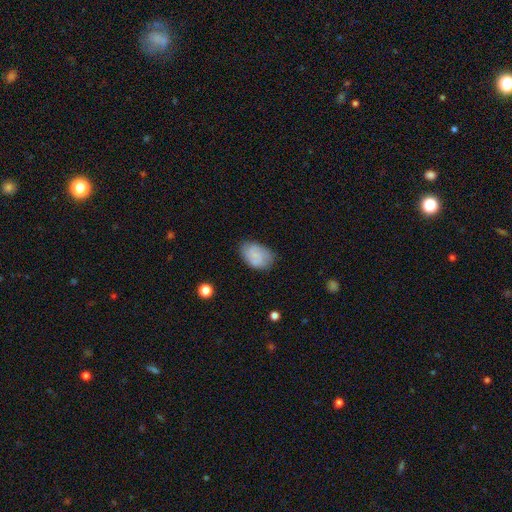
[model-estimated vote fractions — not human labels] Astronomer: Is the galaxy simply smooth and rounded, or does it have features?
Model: smooth — 55% (runner-up: featured or disk, 36%).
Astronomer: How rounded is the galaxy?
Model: in between — 86%.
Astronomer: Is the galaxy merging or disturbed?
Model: none — 73%.